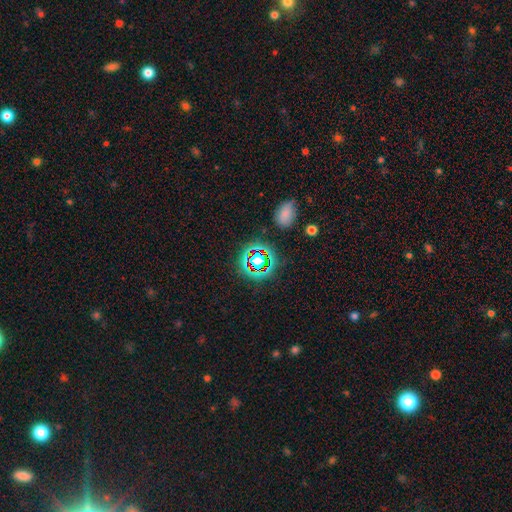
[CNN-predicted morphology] type=star or artifact (65%).